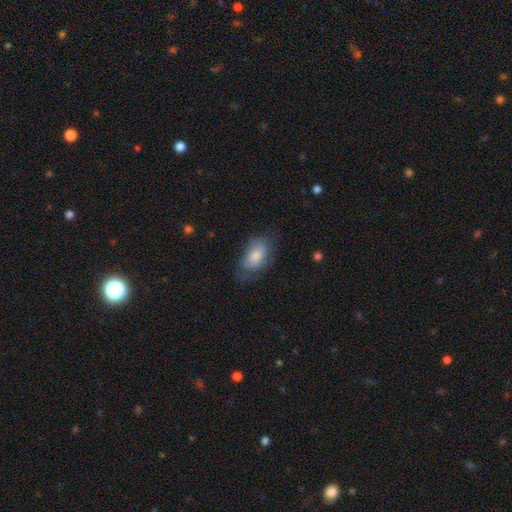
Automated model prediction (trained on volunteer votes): smooth_or_featured: smooth (p=0.75) [alt: featured or disk p=0.18]
how_rounded: in between (p=0.91) [alt: round p=0.07]
merging: none (p=0.56) [alt: minor disturbance p=0.28]